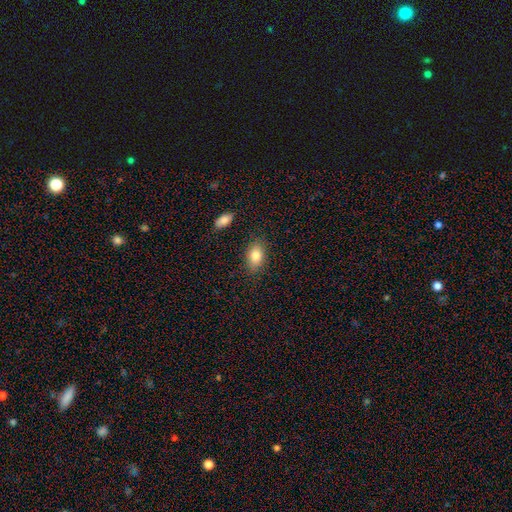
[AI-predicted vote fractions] A smooth galaxy with no disk features (83%) that is in between round and cigar-shaped (88%).

Vote fractions:
- Smooth or featured? smooth: 83% / featured or disk: 9% / star or artifact: 8%
- How rounded? in between: 88% / round: 9% / cigar-shaped: 3%
- Merging? none: 83% / minor disturbance: 12% / major disturbance: 3% / merger: 2%